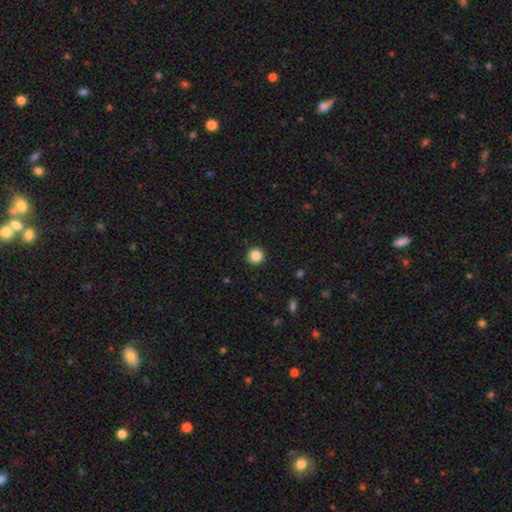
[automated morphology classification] This appears to be a smooth galaxy with no disk features (86%) that is round (95%). Merging: none (92%).